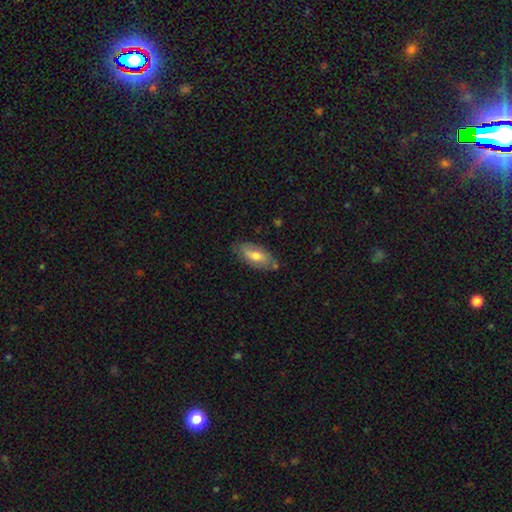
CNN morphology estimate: A smooth galaxy with no disk features (65%) that is in between round and cigar-shaped (87%).

Vote fractions:
- Smooth or featured? smooth: 65% / featured or disk: 29% / star or artifact: 6%
- How rounded? in between: 87% / cigar-shaped: 11% / round: 3%
- Merging? none: 72% / minor disturbance: 20% / major disturbance: 4% / merger: 3%